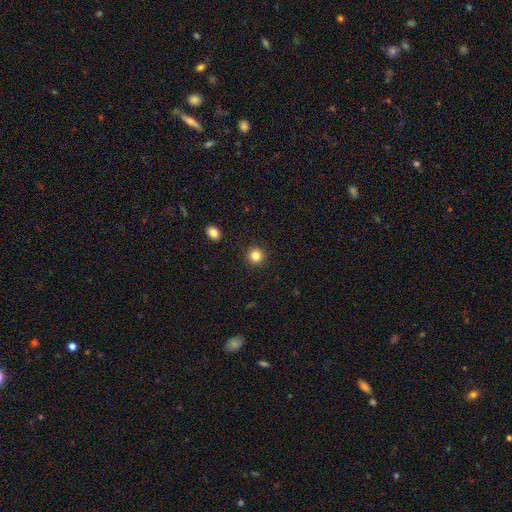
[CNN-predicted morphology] The model was most divided on "smooth or featured": smooth: 84%, star or artifact: 11%, featured or disk: 5%. More confident: how rounded — round (93%); merging — none (92%).